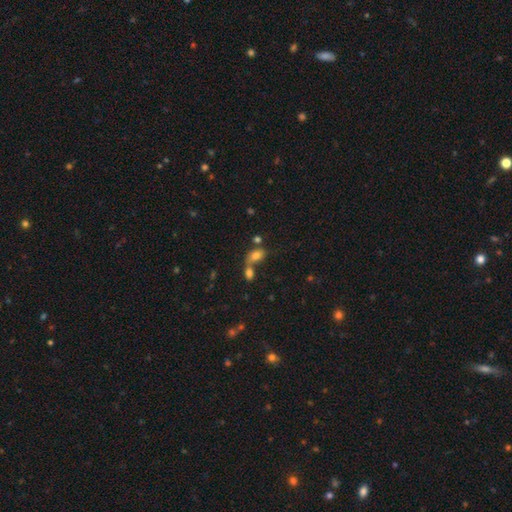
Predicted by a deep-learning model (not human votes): Smooth or featured? Predicted: smooth (p=0.79). How rounded? Predicted: in between (p=0.87). Merging? Predicted: merger (p=0.47).